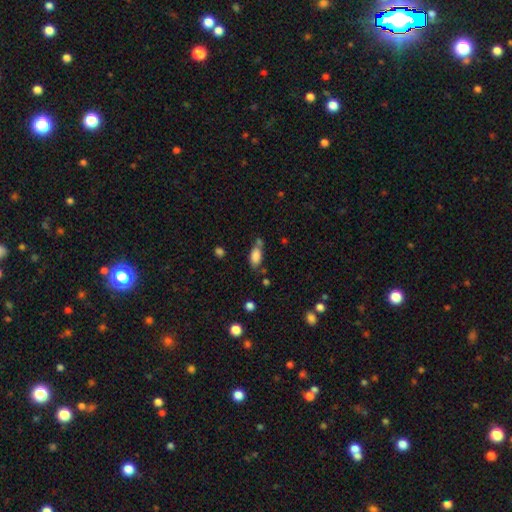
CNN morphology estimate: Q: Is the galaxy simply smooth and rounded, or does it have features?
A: smooth — 84%.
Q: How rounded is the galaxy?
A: in between — 90%.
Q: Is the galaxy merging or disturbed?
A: none — 54%.